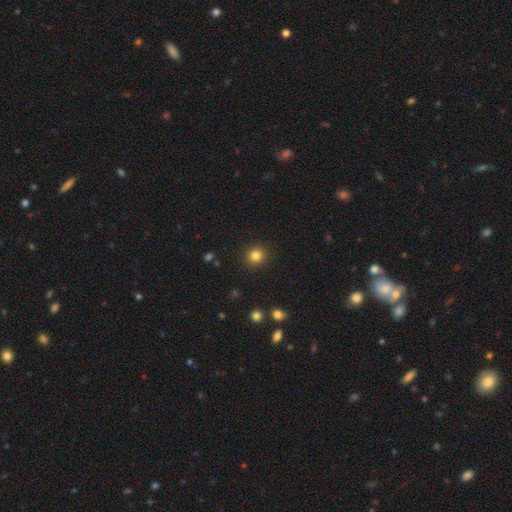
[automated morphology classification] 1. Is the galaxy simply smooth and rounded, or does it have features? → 82% smooth, 12% star or artifact, 5% featured or disk.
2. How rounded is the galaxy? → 91% round, 9% in between, 1% cigar-shaped.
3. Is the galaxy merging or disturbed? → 91% none, 5% minor disturbance, 2% major disturbance, 1% merger.